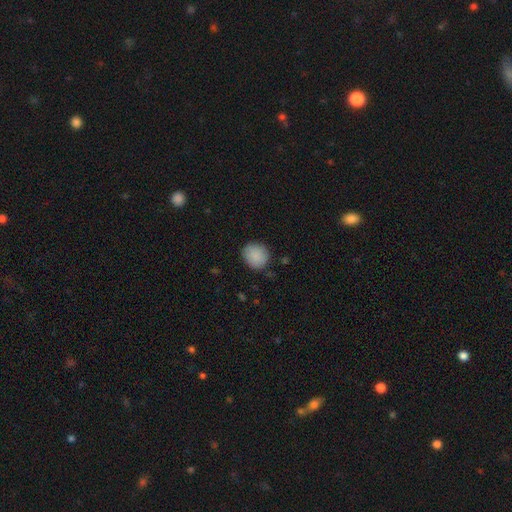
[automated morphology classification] Smooth or featured?
  - smooth: 89% *
  - star or artifact: 7%
  - featured or disk: 4%
How rounded?
  - round: 79% *
  - in between: 20%
  - cigar-shaped: 1%
Merging?
  - none: 85% *
  - minor disturbance: 12%
  - major disturbance: 3%
  - merger: 1%